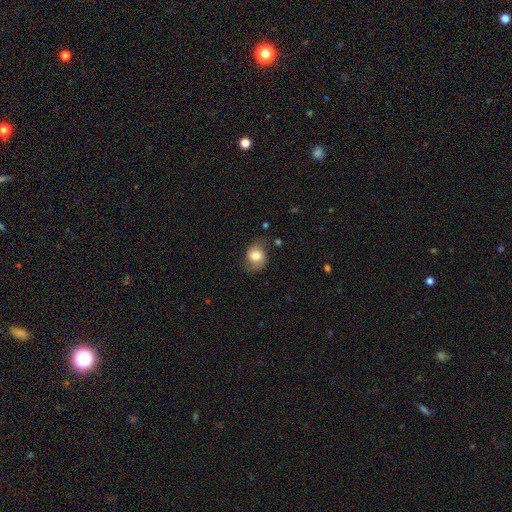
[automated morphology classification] Overall: smooth (71%). How rounded: round (52%; in between 47%). Merging: none (64%; minor disturbance 25%).